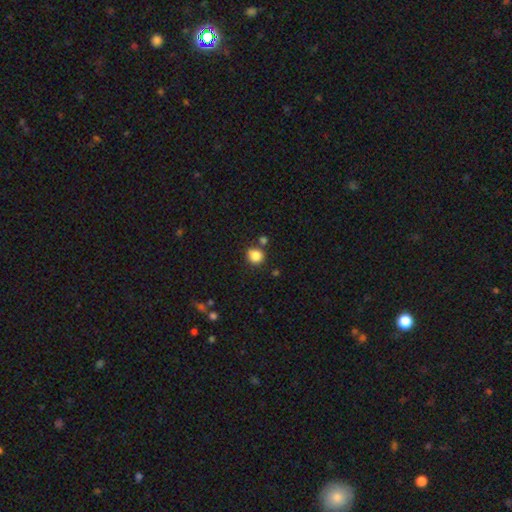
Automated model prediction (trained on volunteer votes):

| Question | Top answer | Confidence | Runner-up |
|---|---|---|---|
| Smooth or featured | smooth | 85% | star or artifact (10%) |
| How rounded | round | 85% | in between (14%) |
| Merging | none | 75% | minor disturbance (11%) |